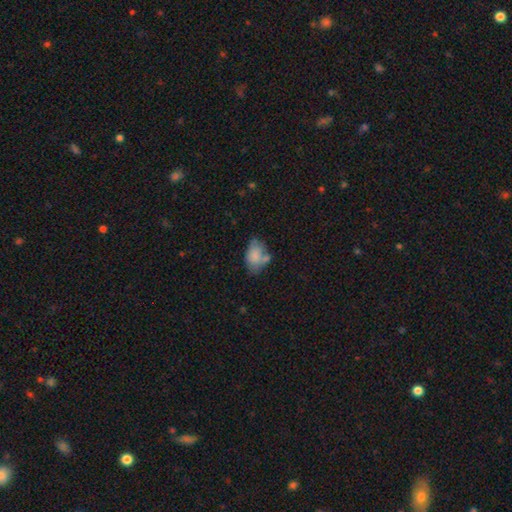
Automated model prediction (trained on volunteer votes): Smooth or featured? smooth (76%)
How rounded? in between (85%)
Merging? none (40%)